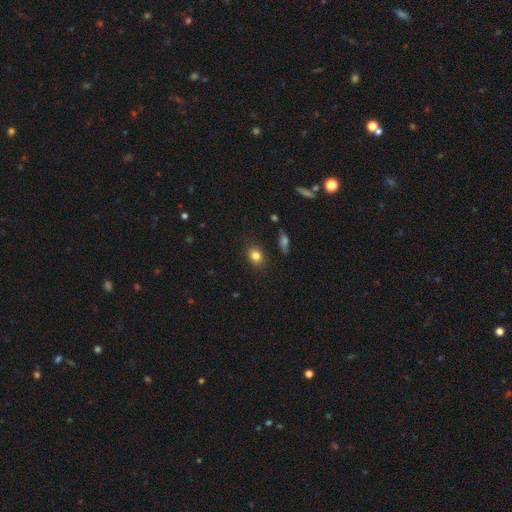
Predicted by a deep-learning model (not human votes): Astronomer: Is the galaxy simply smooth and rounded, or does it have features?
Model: smooth — 82%.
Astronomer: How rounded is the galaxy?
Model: round — 58% (runner-up: in between, 41%).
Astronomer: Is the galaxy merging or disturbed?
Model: none — 86%.